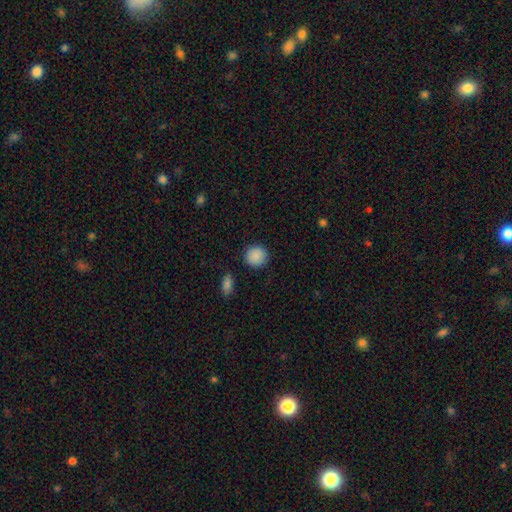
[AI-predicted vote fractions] Smooth or featured? smooth (89%)
How rounded? round (90%)
Merging? none (89%)